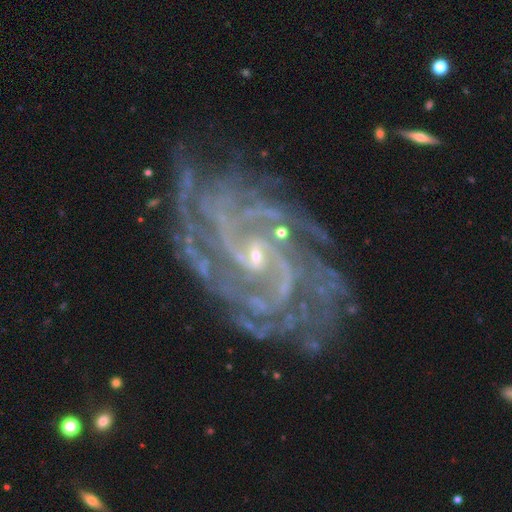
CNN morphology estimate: Q: Smooth or featured?
A: featured or disk (93%); runner-up: star or artifact (5%)
Q: Edge-on disk?
A: no (98%); runner-up: yes (2%)
Q: Bar?
A: weak (43%); runner-up: no (39%)
Q: Spiral arms?
A: yes (99%); runner-up: no (1%)
Q: Spiral winding?
A: tight (56%); runner-up: medium (38%)
Q: Spiral arm count?
A: 2 (27%); runner-up: 3 (18%)
Q: Bulge size?
A: small (81%); runner-up: moderate (14%)
Q: Merging?
A: none (70%); runner-up: minor disturbance (19%)